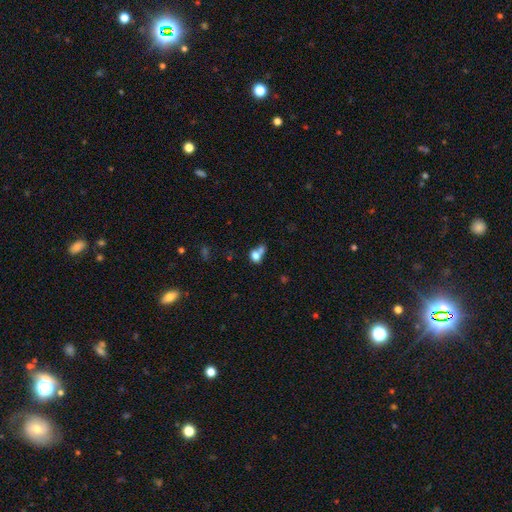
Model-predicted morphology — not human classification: Smooth or featured? Predicted: smooth (p=0.73). How rounded? Predicted: in between (p=0.51). Merging? Predicted: merger (p=0.56).